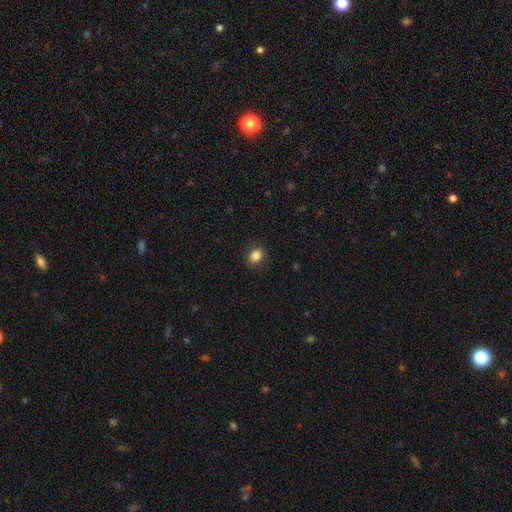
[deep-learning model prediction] Q: Smooth or featured?
A: smooth (85%); runner-up: star or artifact (10%)
Q: How rounded?
A: round (51%); runner-up: in between (48%)
Q: Merging?
A: none (86%); runner-up: minor disturbance (10%)